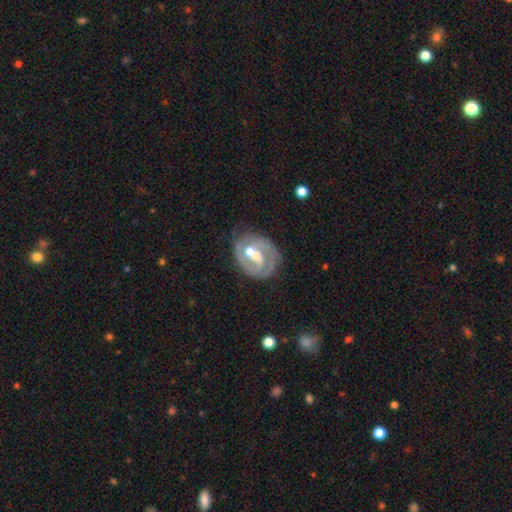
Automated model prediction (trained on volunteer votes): smooth_or_featured: featured or disk (p=0.81) [alt: smooth p=0.13]
disk_edge_on: no (p=0.97) [alt: yes p=0.03]
bar: weak (p=0.45) [alt: no p=0.31]
has_spiral_arms: yes (p=0.83) [alt: no p=0.17]
spiral_winding: tight (p=0.51) [alt: medium p=0.36]
spiral_arm_count: 2 (p=0.61) [alt: can't tell p=0.15]
bulge_size: moderate (p=0.63) [alt: small p=0.30]
merging: none (p=0.51) [alt: merger p=0.19]